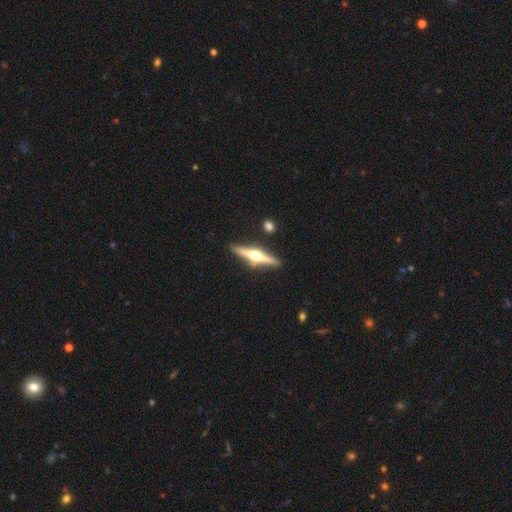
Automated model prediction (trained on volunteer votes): smooth_or_featured: featured or disk (p=0.79) [alt: smooth p=0.16]
disk_edge_on: yes (p=0.98) [alt: no p=0.02]
edge_on_bulge: rounded (p=0.96) [alt: boxy p=0.03]
merging: none (p=0.89) [alt: minor disturbance p=0.07]